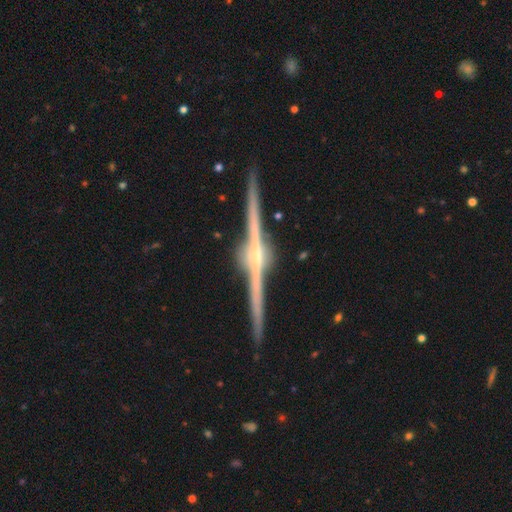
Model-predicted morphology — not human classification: Smooth or featured? Predicted: featured or disk (p=0.92). Edge-on disk? Predicted: yes (p=0.99). Edge-on bulge? Predicted: rounded (p=0.74). Merging? Predicted: none (p=0.91).